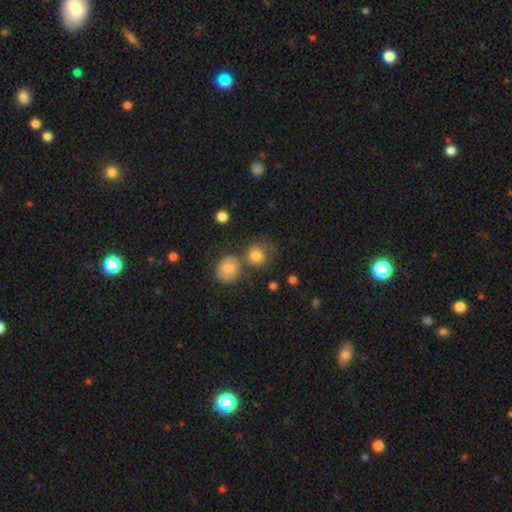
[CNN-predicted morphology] A smooth galaxy with no disk features (81%) that is round (78%). Merging: none (50%).